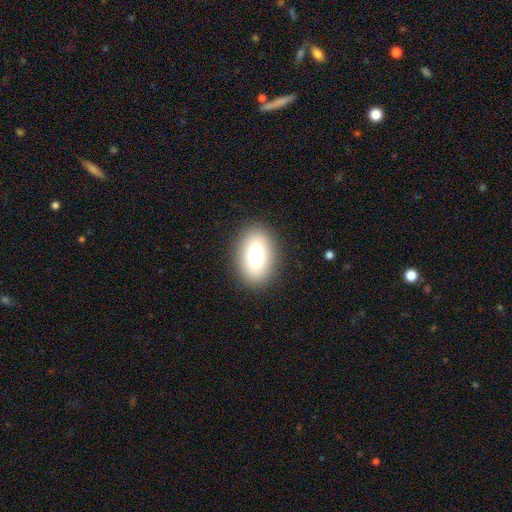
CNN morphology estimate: Q: Smooth or featured?
A: smooth (80%); runner-up: featured or disk (12%)
Q: How rounded?
A: in between (87%); runner-up: round (11%)
Q: Merging?
A: none (88%); runner-up: minor disturbance (8%)